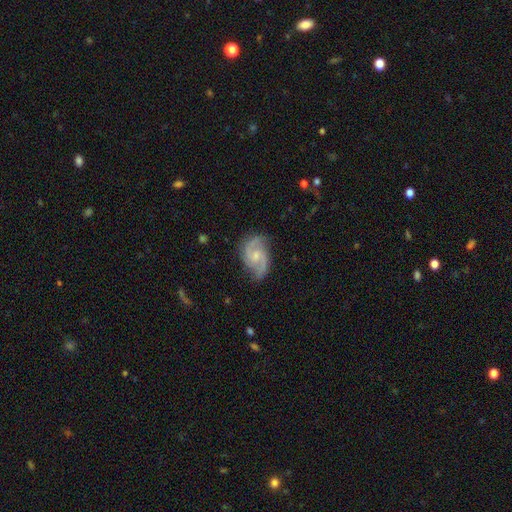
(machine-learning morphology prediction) Smooth or featured? Predicted: featured or disk (p=0.88). Edge-on disk? Predicted: no (p=0.98). Bar? Predicted: no (p=0.51). Spiral arms? Predicted: yes (p=0.98). Spiral winding? Predicted: medium (p=0.57). Spiral arm count? Predicted: 2 (p=0.91). Bulge size? Predicted: small (p=0.53). Merging? Predicted: none (p=0.77).